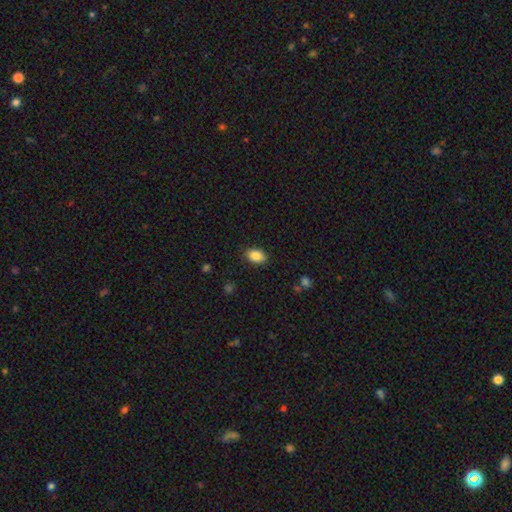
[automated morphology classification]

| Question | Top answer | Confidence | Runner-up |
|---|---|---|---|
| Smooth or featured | smooth | 86% | star or artifact (8%) |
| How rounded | in between | 86% | round (12%) |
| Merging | none | 87% | minor disturbance (9%) |